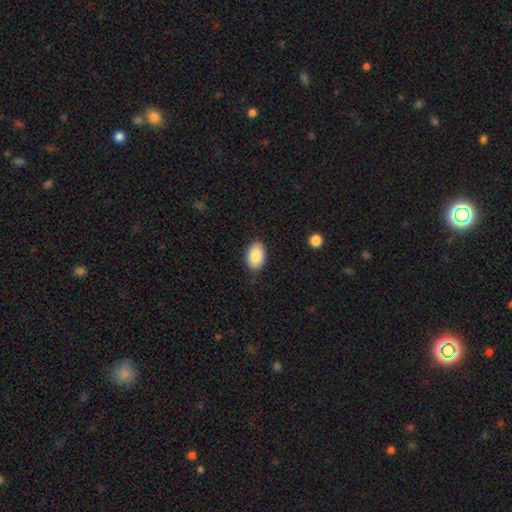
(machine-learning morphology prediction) Overall: smooth (89%). How rounded: in between (92%). Merging: none (86%).